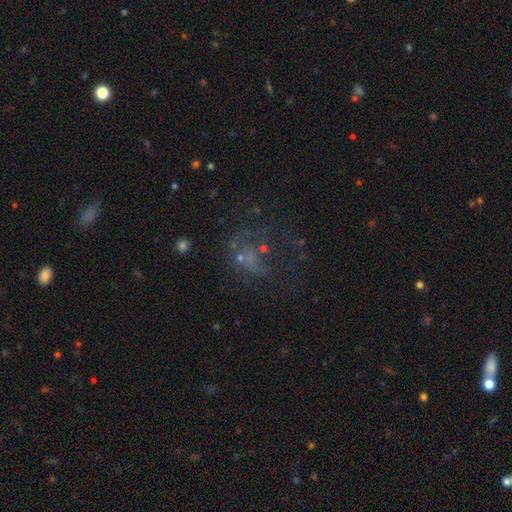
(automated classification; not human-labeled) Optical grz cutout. It shows a featured or disk galaxy (39%). Merging: none (41%).